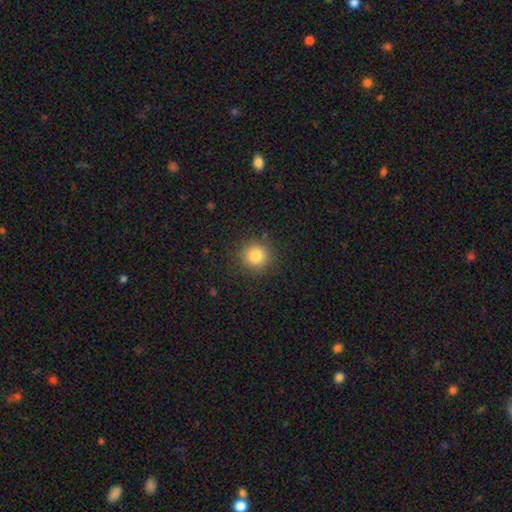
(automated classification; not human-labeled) Smooth or featured: smooth — 82% (star or artifact — 11%)
How rounded: round — 91% (in between — 8%)
Merging: none — 88% (minor disturbance — 8%)